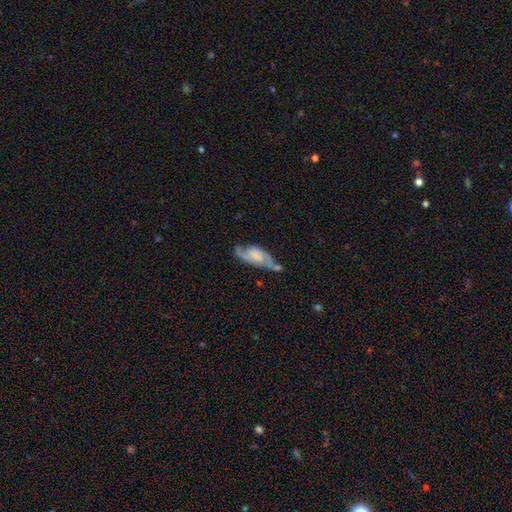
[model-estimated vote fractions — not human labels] Morphology: type=featured or disk (76%); edge-on=no (89%); bar=no (51%); spiral arms=yes (93%); winding=medium (43%); arm count=2 (88%); bulge=none (42%); merging=none (57%).